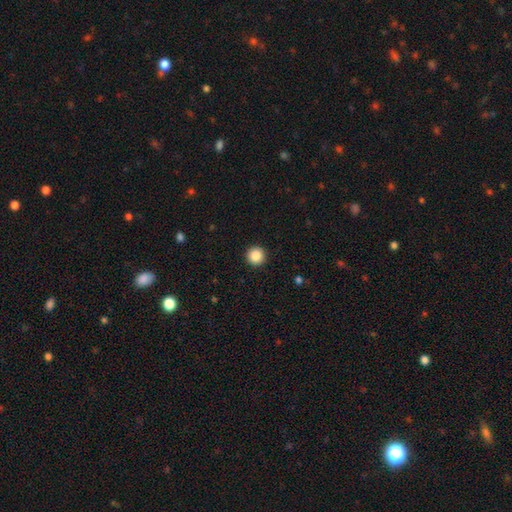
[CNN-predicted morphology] smooth_or_featured: smooth (p=0.87) [alt: star or artifact p=0.09]
how_rounded: round (p=0.96) [alt: in between p=0.03]
merging: none (p=0.93) [alt: minor disturbance p=0.04]